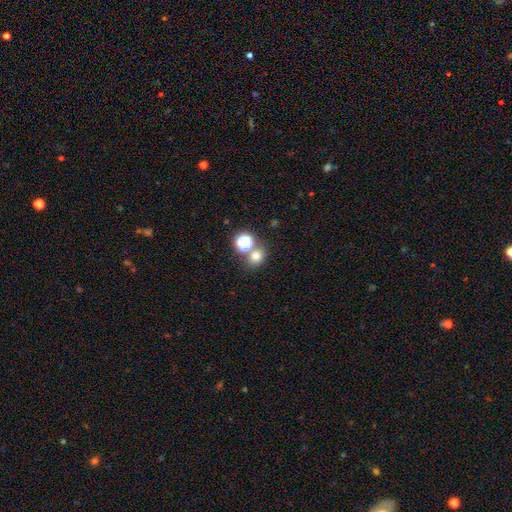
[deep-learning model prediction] Smooth or featured? smooth (70%)
How rounded? round (71%)
Merging? none (63%)